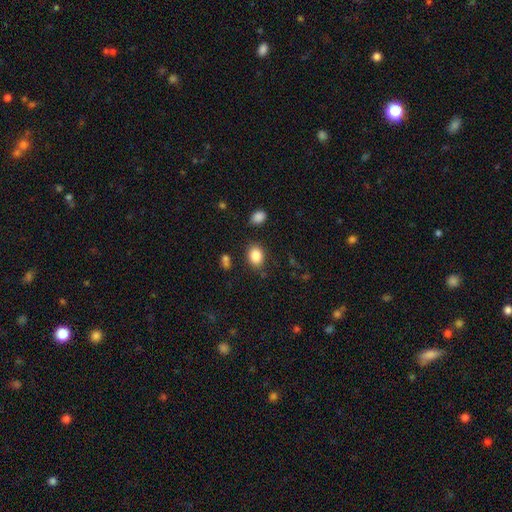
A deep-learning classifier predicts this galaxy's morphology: This is clearly a smooth galaxy (86%). How rounded: likely in between (65%). Merging: clearly none (81%).